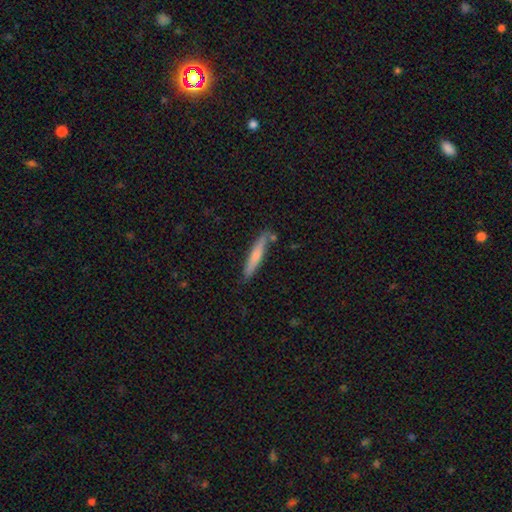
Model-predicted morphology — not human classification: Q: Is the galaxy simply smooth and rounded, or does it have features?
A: smooth — 66%.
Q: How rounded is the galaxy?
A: cigar-shaped — 93%.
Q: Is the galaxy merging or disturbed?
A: none — 81%.